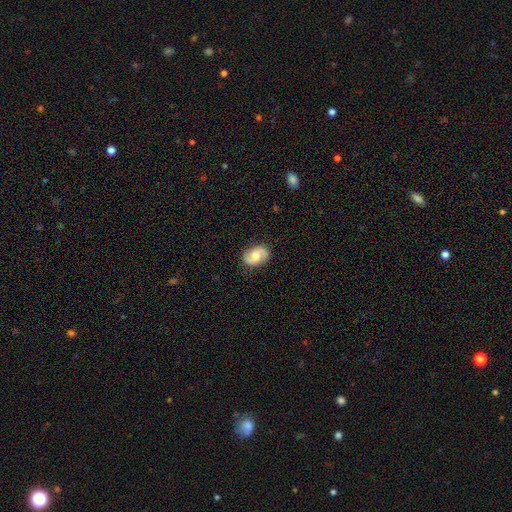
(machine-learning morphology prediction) Smooth or featured? featured or disk (68%)
Edge-on disk? no (97%)
Bar? no (54%)
Spiral arms? yes (94%)
Spiral winding? medium (45%)
Spiral arm count? 2 (91%)
Bulge size? moderate (61%)
Merging? none (84%)